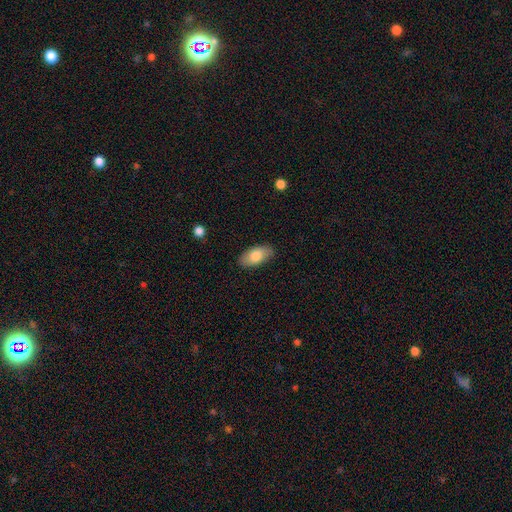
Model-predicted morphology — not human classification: The model was most divided on "smooth or featured": smooth: 80%, featured or disk: 14%, star or artifact: 6%. More confident: how rounded — in between (93%); merging — none (87%).